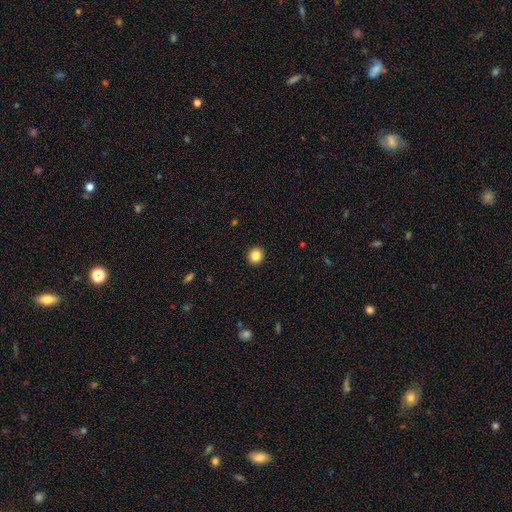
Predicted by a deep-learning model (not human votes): Smooth or featured? Predicted: smooth (p=0.85). How rounded? Predicted: round (p=0.88). Merging? Predicted: none (p=0.93).